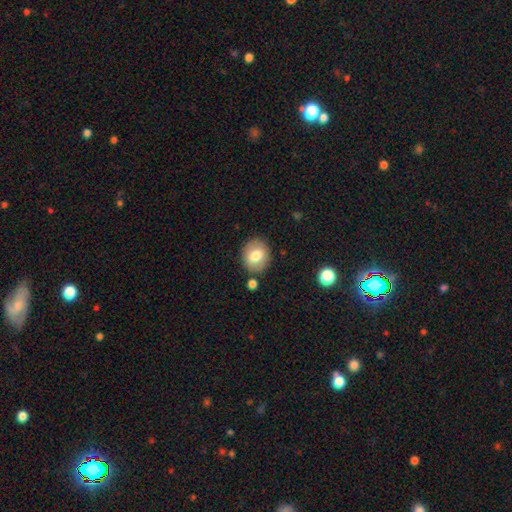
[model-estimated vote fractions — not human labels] A smooth galaxy with no disk features (75%) that is round (65%).

Vote fractions:
- Smooth or featured? smooth: 75% / featured or disk: 17% / star or artifact: 8%
- How rounded? round: 65% / in between: 34% / cigar-shaped: 1%
- Merging? none: 82% / minor disturbance: 11% / merger: 4% / major disturbance: 3%